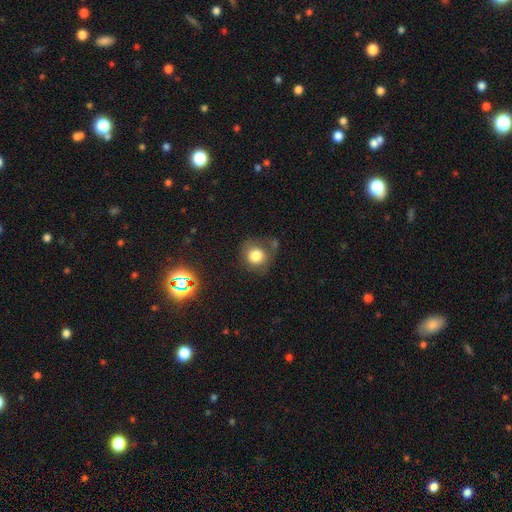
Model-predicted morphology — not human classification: A smooth galaxy with no disk features (78%) that is round (84%).

Vote fractions:
- Smooth or featured? smooth: 78% / star or artifact: 12% / featured or disk: 10%
- How rounded? round: 84% / in between: 15% / cigar-shaped: 1%
- Merging? none: 63% / minor disturbance: 20% / major disturbance: 9% / merger: 7%